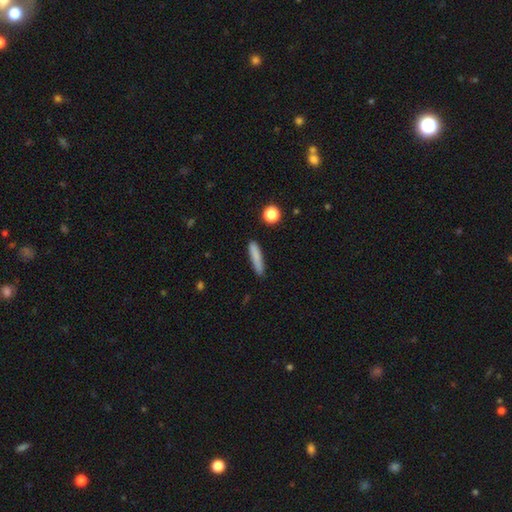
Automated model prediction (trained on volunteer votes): Smooth or featured? smooth (82%)
How rounded? cigar-shaped (88%)
Merging? none (83%)